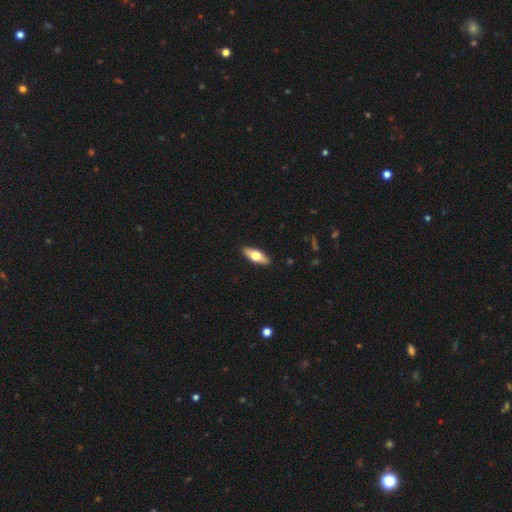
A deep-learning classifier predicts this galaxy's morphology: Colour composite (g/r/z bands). It shows a smooth galaxy with no disk features (54%) that is in between round and cigar-shaped (64%). Merging: none (90%).